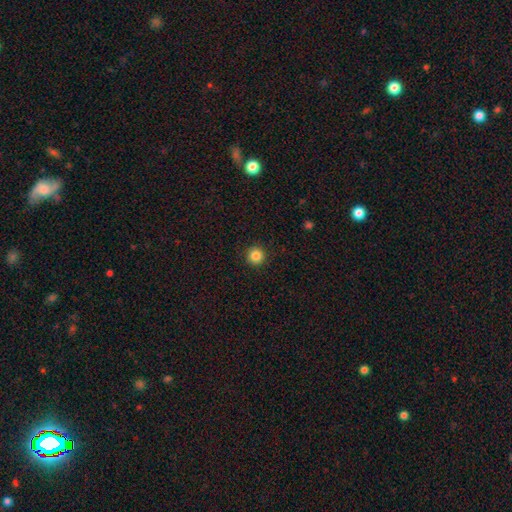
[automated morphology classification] Q: Smooth or featured?
A: smooth (84%); runner-up: star or artifact (11%)
Q: How rounded?
A: round (96%); runner-up: in between (3%)
Q: Merging?
A: none (93%); runner-up: minor disturbance (4%)